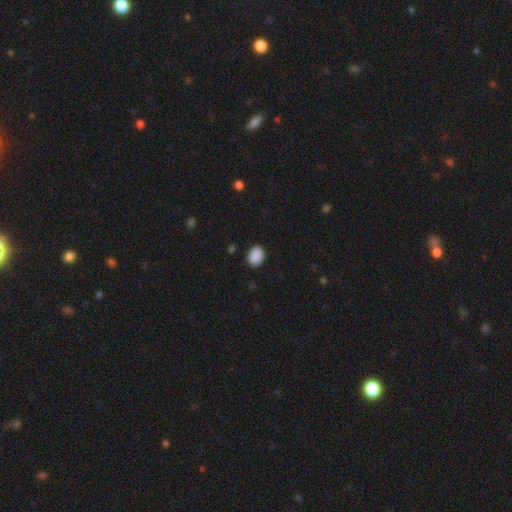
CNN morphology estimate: Q: Smooth or featured?
A: smooth (90%); runner-up: star or artifact (8%)
Q: How rounded?
A: in between (56%); runner-up: round (43%)
Q: Merging?
A: none (90%); runner-up: minor disturbance (7%)